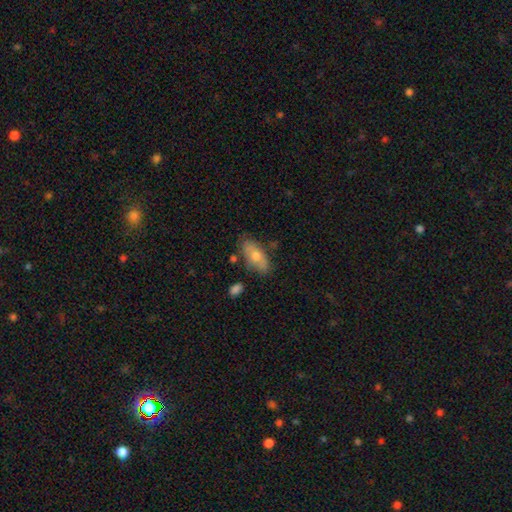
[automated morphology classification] Smooth or featured? Predicted: smooth (p=0.59). How rounded? Predicted: in between (p=0.82). Merging? Predicted: none (p=0.76).